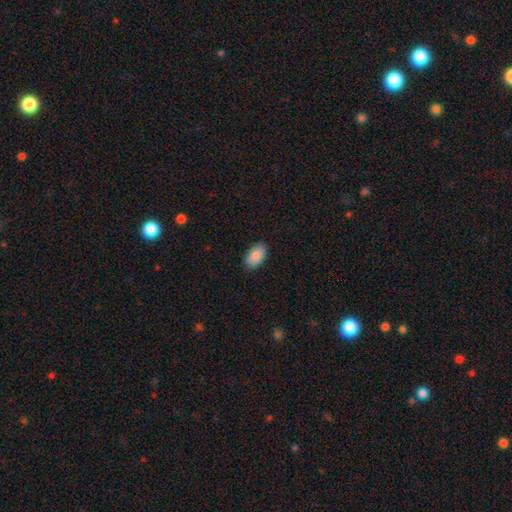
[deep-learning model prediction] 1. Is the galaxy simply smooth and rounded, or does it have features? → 87% smooth, 7% star or artifact, 7% featured or disk.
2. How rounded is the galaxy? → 94% in between, 4% round, 2% cigar-shaped.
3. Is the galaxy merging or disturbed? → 86% none, 11% minor disturbance, 2% major disturbance, 1% merger.